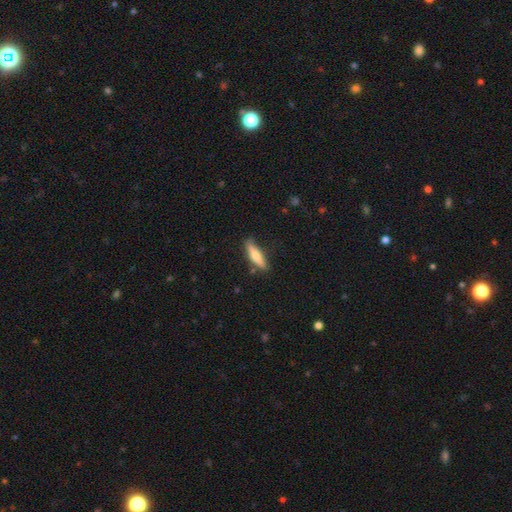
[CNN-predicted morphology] smooth_or_featured: smooth (p=0.65) [alt: featured or disk p=0.29]
how_rounded: cigar-shaped (p=0.69) [alt: in between p=0.29]
merging: none (p=0.76) [alt: minor disturbance p=0.18]